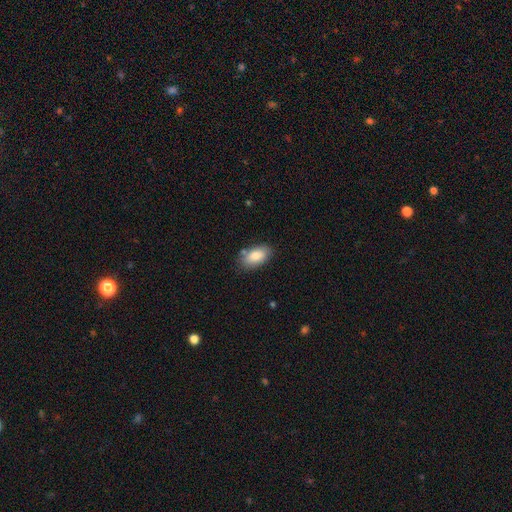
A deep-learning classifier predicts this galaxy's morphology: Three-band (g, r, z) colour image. It shows a smooth galaxy with no disk features (81%) that is in between round and cigar-shaped (93%). Merging: none (77%).